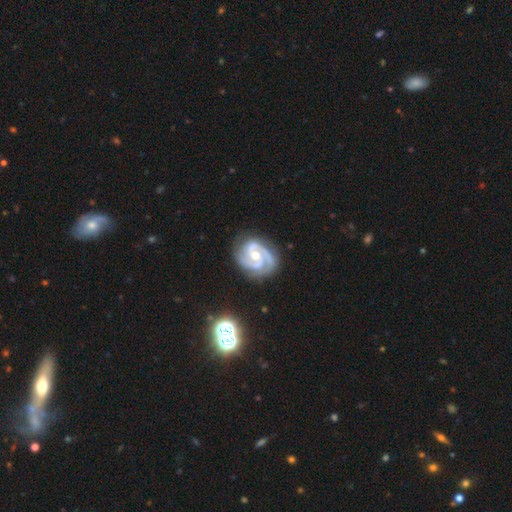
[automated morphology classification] This is clearly a featured or disk galaxy (92%). It is clearly not viewed edge-on (98%). Bar: possibly no (56%). Spiral arm pattern: clearly yes (98%). Spiral arm count: likely 2 (68%). Spiral winding: possibly tight (57%). Central bulge: likely moderate (66%). Merging: likely none (77%).